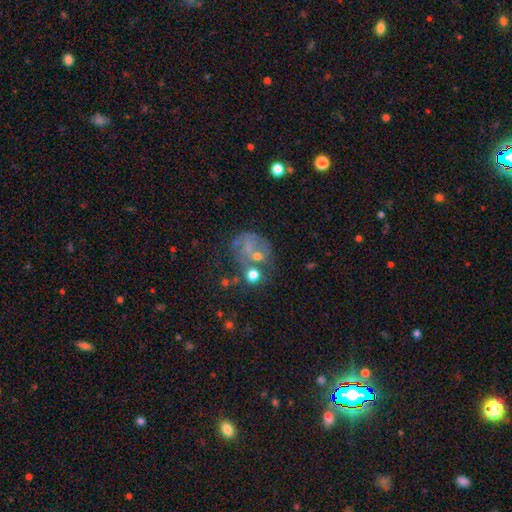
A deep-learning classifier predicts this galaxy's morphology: Smooth or featured?
  - featured or disk: 39% *
  - smooth: 36%
  - star or artifact: 25%
Merging?
  - none: 39% *
  - major disturbance: 25%
  - minor disturbance: 19%
  - merger: 17%